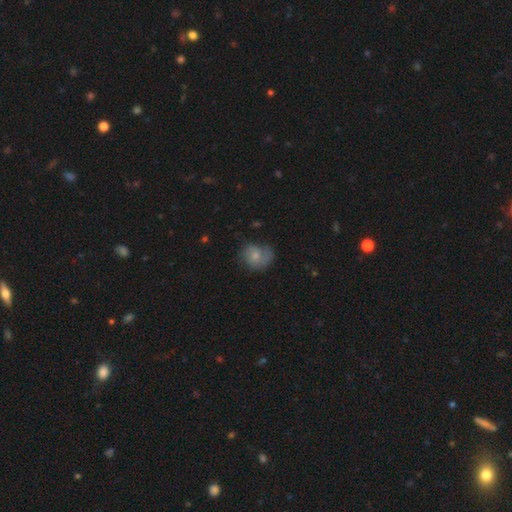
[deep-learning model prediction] The model was most divided on "merging": none: 46%, minor disturbance: 29%, major disturbance: 22%, merger: 3%. More confident: how rounded — round (61%); smooth or featured — smooth (57%).